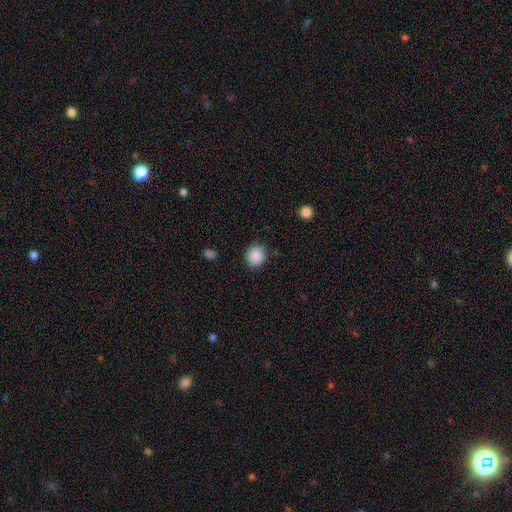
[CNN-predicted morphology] smooth_or_featured: smooth (p=0.89) [alt: star or artifact p=0.08]
how_rounded: round (p=0.82) [alt: in between p=0.17]
merging: none (p=0.88) [alt: minor disturbance p=0.08]